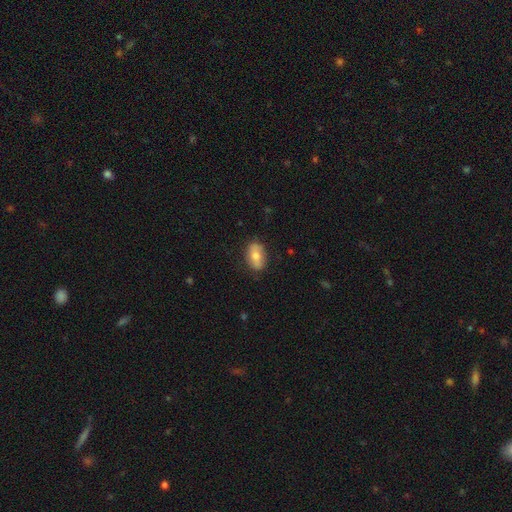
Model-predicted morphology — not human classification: This is likely a smooth galaxy (70%). How rounded: clearly in between (89%). Merging: clearly none (81%).